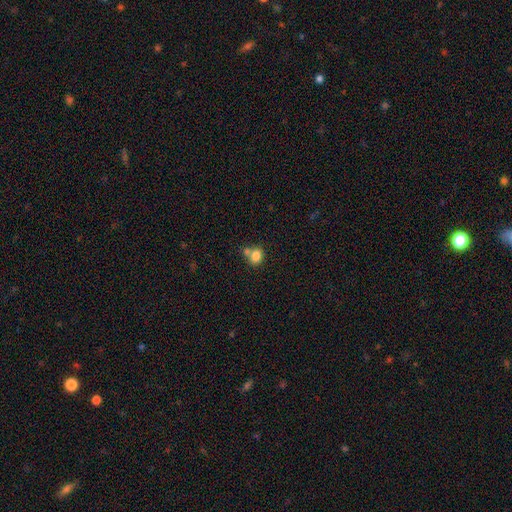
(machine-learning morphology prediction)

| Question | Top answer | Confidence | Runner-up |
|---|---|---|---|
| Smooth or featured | smooth | 82% | star or artifact (10%) |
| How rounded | round | 52% | in between (47%) |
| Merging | none | 48% | merger (38%) |